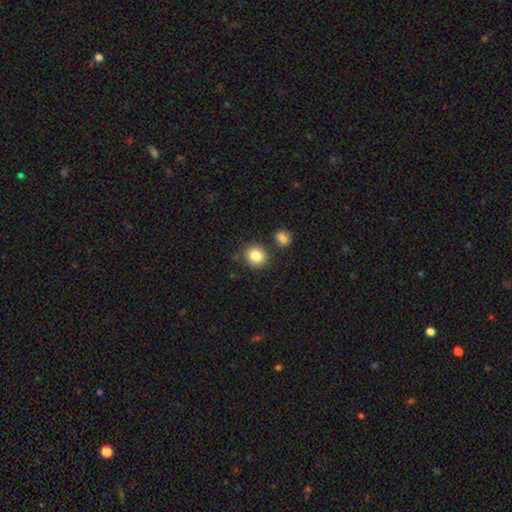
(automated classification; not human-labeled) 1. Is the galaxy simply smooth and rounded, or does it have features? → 85% smooth, 9% star or artifact, 6% featured or disk.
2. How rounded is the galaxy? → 81% round, 18% in between, 1% cigar-shaped.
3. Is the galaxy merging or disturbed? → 81% none, 9% minor disturbance, 8% merger, 3% major disturbance.